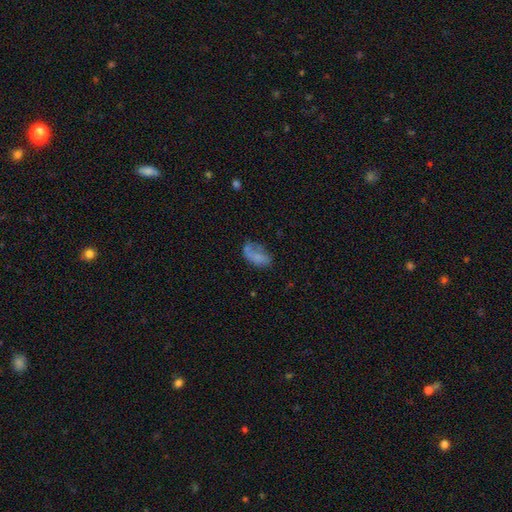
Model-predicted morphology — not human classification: A smooth galaxy with no disk features (63%) that is in between round and cigar-shaped (90%).

Vote fractions:
- Smooth or featured? smooth: 63% / featured or disk: 25% / star or artifact: 12%
- How rounded? in between: 90% / round: 7% / cigar-shaped: 3%
- Merging? none: 38% / minor disturbance: 27% / major disturbance: 23% / merger: 12%